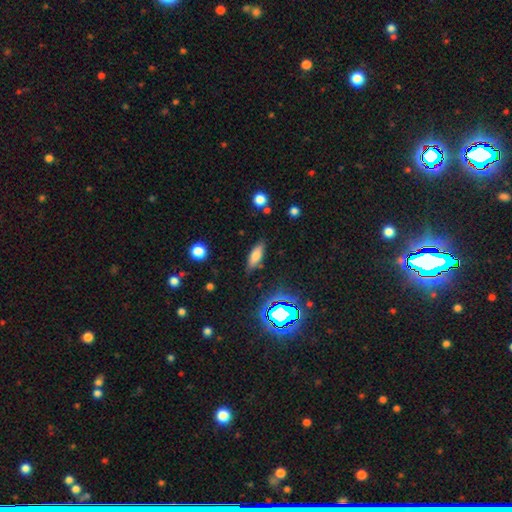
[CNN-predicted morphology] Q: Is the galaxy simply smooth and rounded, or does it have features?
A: smooth — 70%.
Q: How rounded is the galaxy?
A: in between — 65%.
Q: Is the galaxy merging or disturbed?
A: none — 80%.